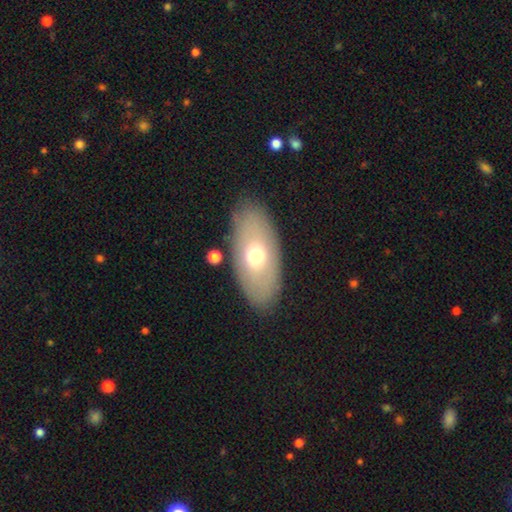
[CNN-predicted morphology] The model was most divided on "smooth or featured": smooth: 60%, featured or disk: 32%, star or artifact: 7%. More confident: how rounded — in between (91%); merging — none (83%).